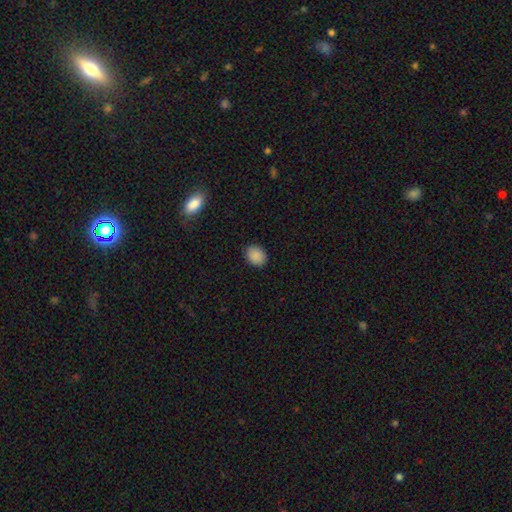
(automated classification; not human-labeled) A smooth galaxy with no disk features (88%) that is in between round and cigar-shaped (51%).

Vote fractions:
- Smooth or featured? smooth: 88% / star or artifact: 9% / featured or disk: 3%
- How rounded? in between: 51% / round: 48% / cigar-shaped: 1%
- Merging? none: 89% / minor disturbance: 8% / major disturbance: 2% / merger: 1%